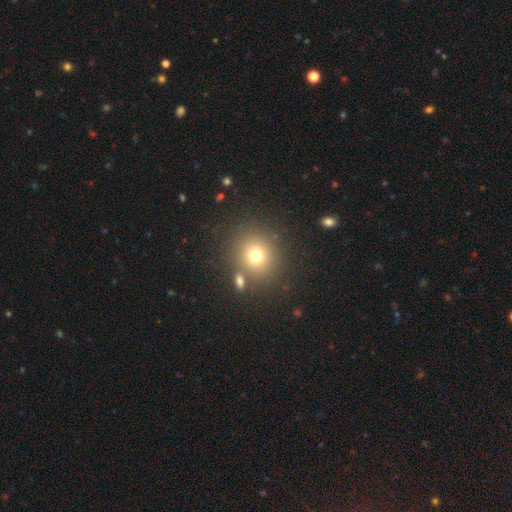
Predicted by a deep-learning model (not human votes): Overall: smooth (72%). How rounded: round (85%). Merging: none (77%).